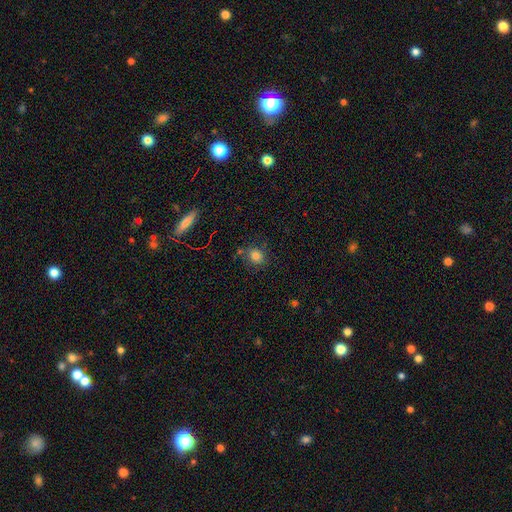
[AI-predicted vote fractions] smooth 81%, star or artifact 12%, featured or disk 7%. Down the decision tree: how rounded — round (70%); merging — none (74%).